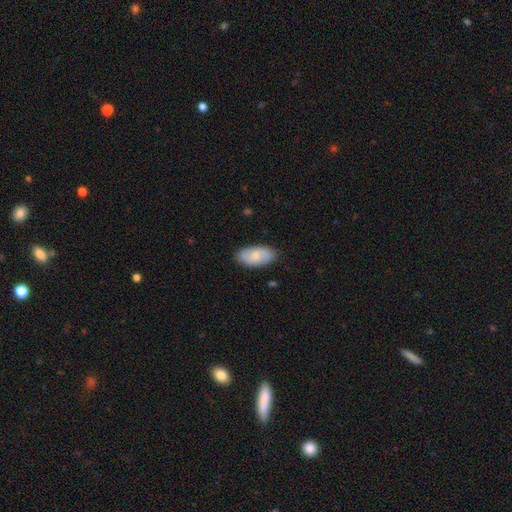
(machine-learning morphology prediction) type=smooth (63%); roundness=in between (93%); merging=none (84%).